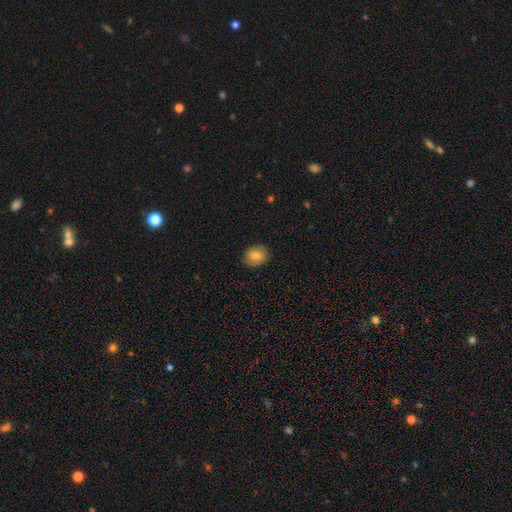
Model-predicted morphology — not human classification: A smooth galaxy with no disk features (78%) that is round (54%). Merging: none (88%).